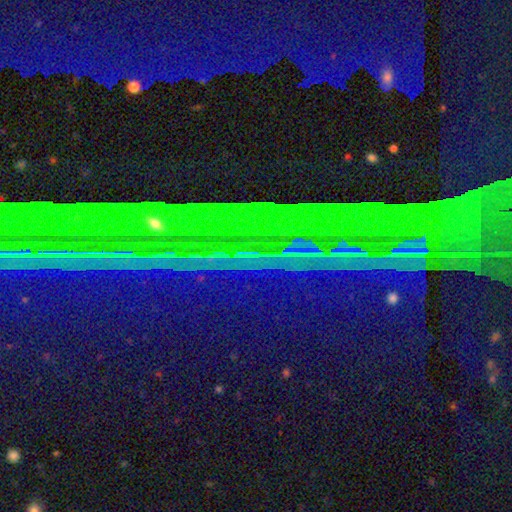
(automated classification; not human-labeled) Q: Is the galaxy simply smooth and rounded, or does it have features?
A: star or artifact — 87%.